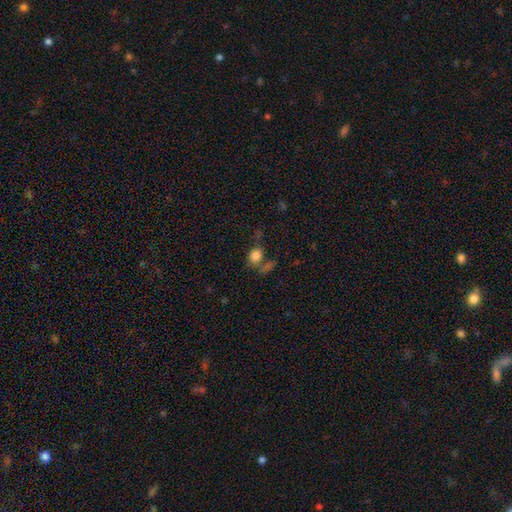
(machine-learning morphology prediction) Smooth or featured?
  - smooth: 79% *
  - star or artifact: 13%
  - featured or disk: 8%
How rounded?
  - round: 56% *
  - in between: 42%
  - cigar-shaped: 2%
Merging?
  - none: 47% *
  - merger: 25%
  - minor disturbance: 16%
  - major disturbance: 11%